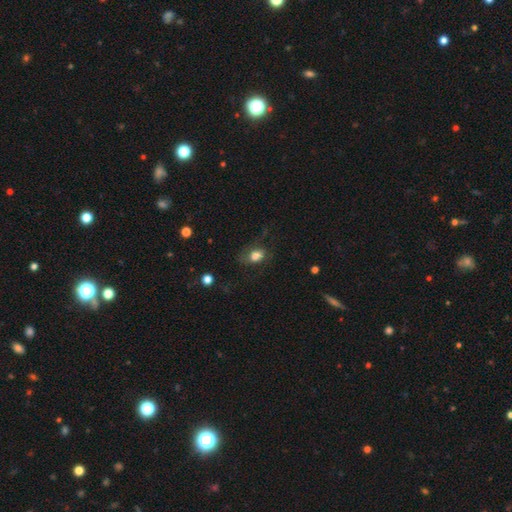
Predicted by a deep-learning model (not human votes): Overall: smooth (75%). How rounded: in between (77%). Merging: none (53%; minor disturbance 24%).